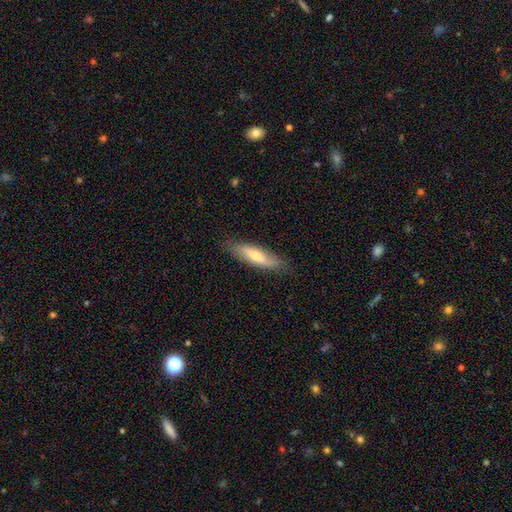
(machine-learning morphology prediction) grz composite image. It shows a smooth galaxy with no disk features (55%) that is cigar-shaped (71%). Merging: none (85%).